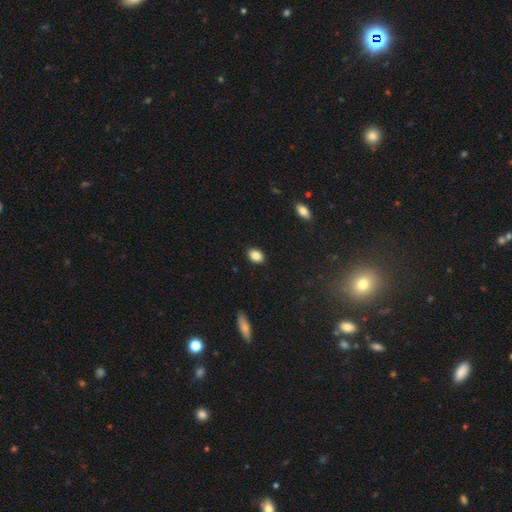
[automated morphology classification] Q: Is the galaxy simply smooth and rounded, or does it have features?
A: smooth — 86%.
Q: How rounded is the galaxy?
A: in between — 74%.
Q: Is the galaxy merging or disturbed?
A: none — 89%.